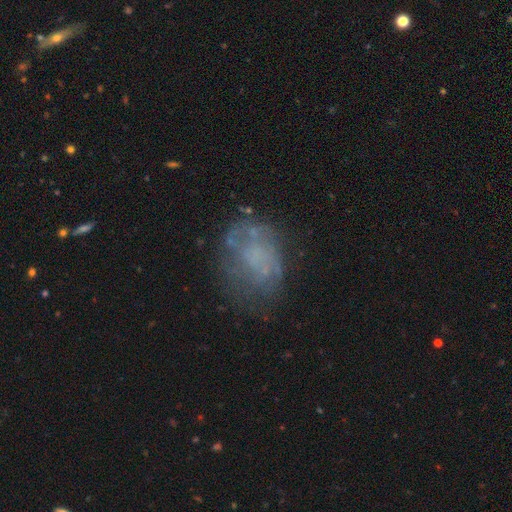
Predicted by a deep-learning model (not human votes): This appears to be a featured or disk galaxy (52%) with no bar (88%), no spiral arms (68%) and no central bulge (74%). Merging: none (56%).